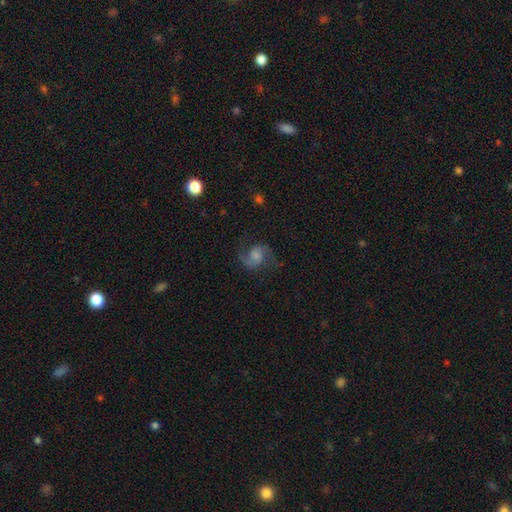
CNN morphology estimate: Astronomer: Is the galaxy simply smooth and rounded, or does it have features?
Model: featured or disk — 81%.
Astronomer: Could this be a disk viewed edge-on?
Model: no — 98%.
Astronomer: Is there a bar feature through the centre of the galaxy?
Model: no — 50% (runner-up: weak, 41%).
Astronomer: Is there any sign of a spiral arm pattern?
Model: yes — 97%.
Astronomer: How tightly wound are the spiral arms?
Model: medium — 50% (runner-up: loose, 39%).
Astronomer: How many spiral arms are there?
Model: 2 — 92%.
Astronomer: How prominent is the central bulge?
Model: moderate — 37% (runner-up: small, 27%).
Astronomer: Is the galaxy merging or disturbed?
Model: none — 77%.